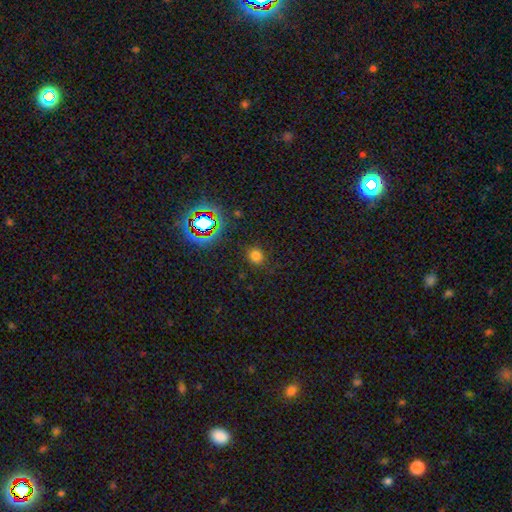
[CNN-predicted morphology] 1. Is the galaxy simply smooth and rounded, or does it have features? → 73% smooth, 20% star or artifact, 7% featured or disk.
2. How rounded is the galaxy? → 85% round, 14% in between, 1% cigar-shaped.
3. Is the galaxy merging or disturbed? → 88% none, 8% minor disturbance, 3% major disturbance, 1% merger.